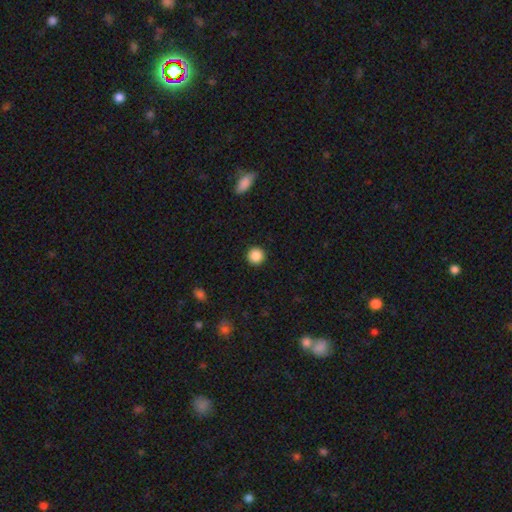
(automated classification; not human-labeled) Smooth or featured? smooth (88%)
How rounded? round (96%)
Merging? none (93%)